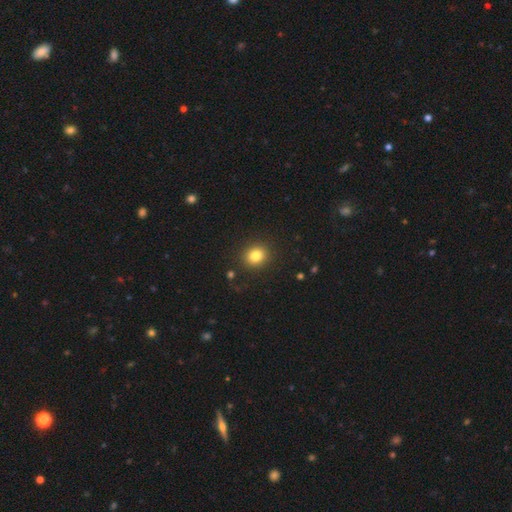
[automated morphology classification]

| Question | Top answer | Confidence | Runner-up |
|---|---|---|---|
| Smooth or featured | smooth | 82% | star or artifact (11%) |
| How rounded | round | 70% | in between (29%) |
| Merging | none | 89% | minor disturbance (7%) |